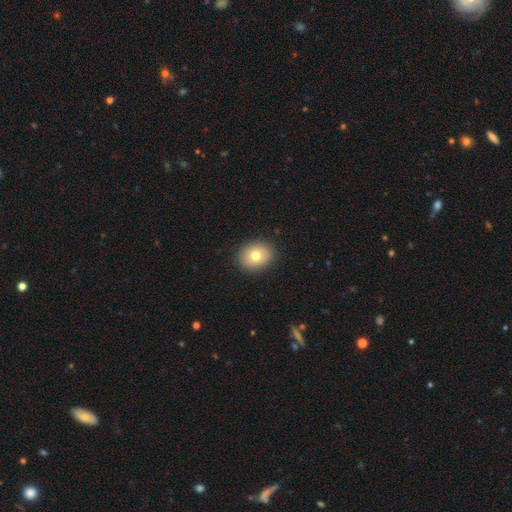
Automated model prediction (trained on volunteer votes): Smooth or featured? Predicted: smooth (p=0.76). How rounded? Predicted: round (p=0.62). Merging? Predicted: none (p=0.89).